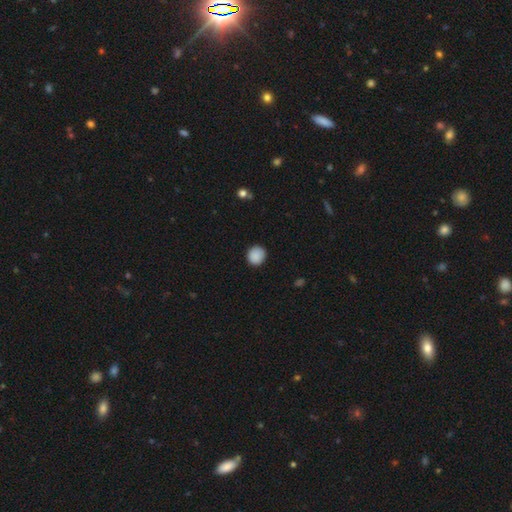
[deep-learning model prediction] Smooth or featured? smooth (89%)
How rounded? round (90%)
Merging? none (90%)